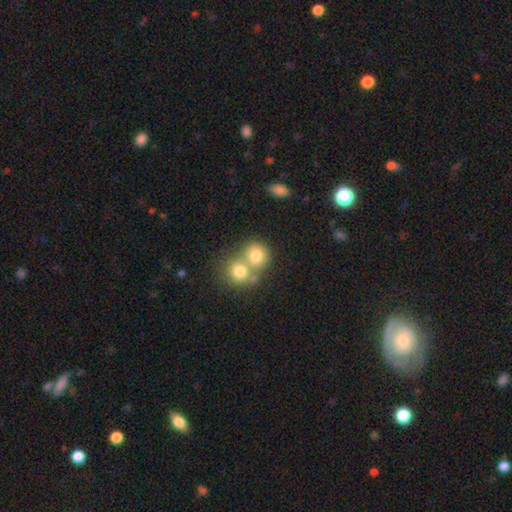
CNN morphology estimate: smooth-or-featured: smooth: 76% | featured or disk: 14% | star or artifact: 11%
  how-rounded: round: 81% | in between: 18% | cigar-shaped: 1%
  merging: merger: 52% | none: 38% | minor disturbance: 7% | major disturbance: 3%